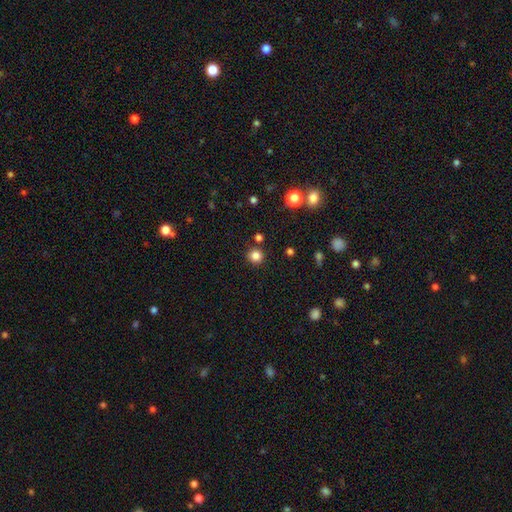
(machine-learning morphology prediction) smooth 83%, star or artifact 13%, featured or disk 4%. Down the decision tree: how rounded — round (93%); merging — none (87%).